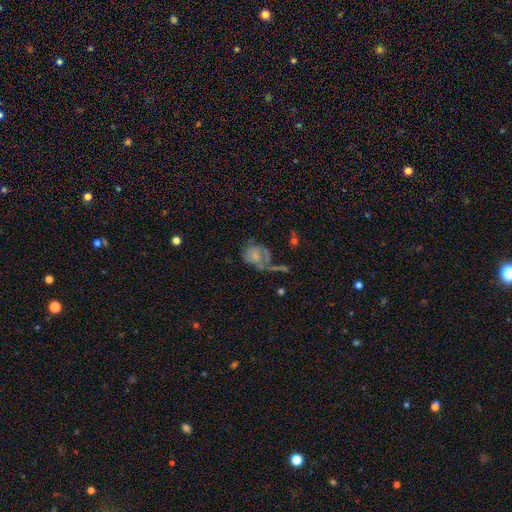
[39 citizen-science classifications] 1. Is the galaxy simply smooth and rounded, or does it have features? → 74% featured or disk, 23% smooth, 3% star or artifact.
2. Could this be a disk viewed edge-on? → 100% no, 0% yes.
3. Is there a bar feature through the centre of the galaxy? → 86% no, 14% weak, 0% strong.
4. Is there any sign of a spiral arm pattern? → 83% yes, 17% no.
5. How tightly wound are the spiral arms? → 58% medium, 25% tight, 17% loose.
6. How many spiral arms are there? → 58% can't tell, 12% 1, 12% 2, 12% 4, 4% 3, 0% more than 4.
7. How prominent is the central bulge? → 41% moderate, 34% small, 24% none, 0% dominant, 0% large.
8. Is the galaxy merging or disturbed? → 45% major disturbance, 21% none, 18% minor disturbance, 16% merger.